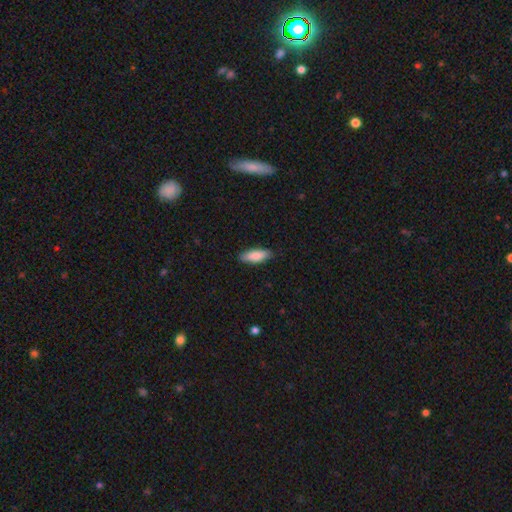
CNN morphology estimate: This is clearly a smooth galaxy (86%). How rounded: likely in between (62%). Merging: clearly none (88%).